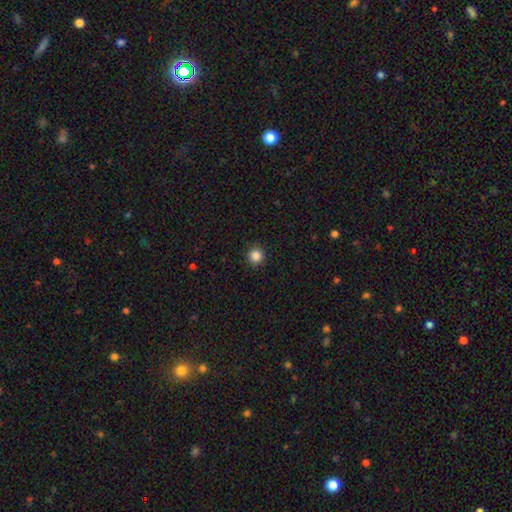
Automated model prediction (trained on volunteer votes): Smooth or featured?
  - smooth: 86% *
  - star or artifact: 11%
  - featured or disk: 3%
How rounded?
  - round: 95% *
  - in between: 4%
  - cigar-shaped: 1%
Merging?
  - none: 92% *
  - minor disturbance: 5%
  - major disturbance: 2%
  - merger: 1%